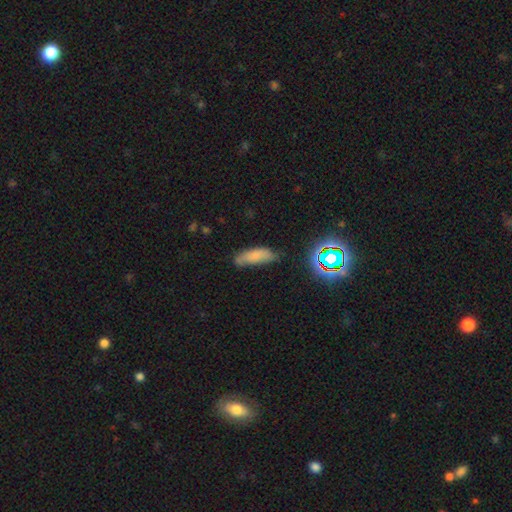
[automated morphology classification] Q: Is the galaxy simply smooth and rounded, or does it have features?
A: smooth — 72%.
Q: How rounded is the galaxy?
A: in between — 56%.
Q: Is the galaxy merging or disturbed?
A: none — 59%.